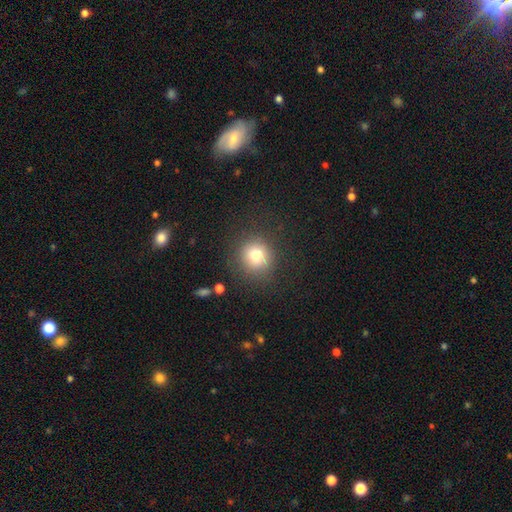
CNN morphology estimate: A smooth galaxy with no disk features (76%) that is round (90%). Merging: none (84%).